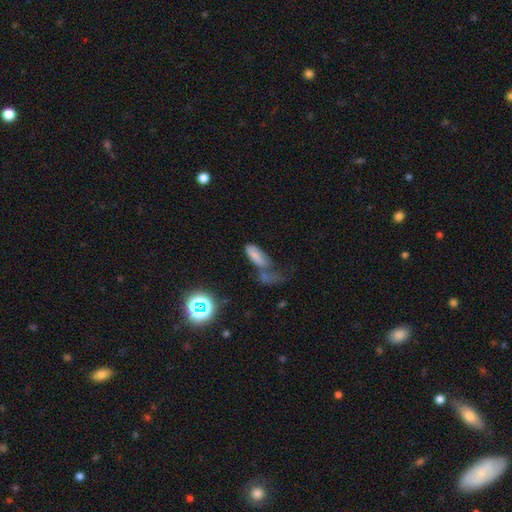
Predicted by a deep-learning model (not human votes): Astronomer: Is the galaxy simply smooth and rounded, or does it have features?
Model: smooth — 68%.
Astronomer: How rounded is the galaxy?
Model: in between — 72%.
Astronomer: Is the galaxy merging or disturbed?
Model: merger — 32% (runner-up: none, 25%).